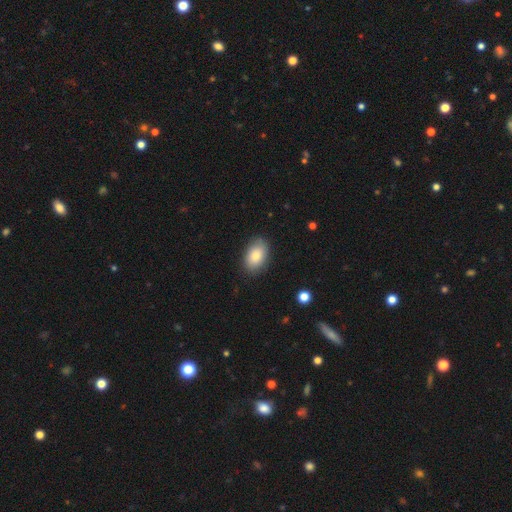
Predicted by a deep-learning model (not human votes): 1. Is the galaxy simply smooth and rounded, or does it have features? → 83% smooth, 10% featured or disk, 7% star or artifact.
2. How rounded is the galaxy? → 89% in between, 9% round, 1% cigar-shaped.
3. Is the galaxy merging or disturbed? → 84% none, 12% minor disturbance, 3% major disturbance, 1% merger.